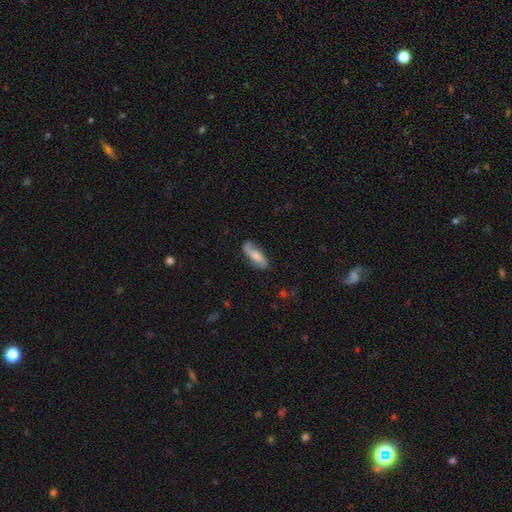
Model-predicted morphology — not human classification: Smooth or featured? featured or disk (53%)
Edge-on disk? no (87%)
Merging? none (72%)